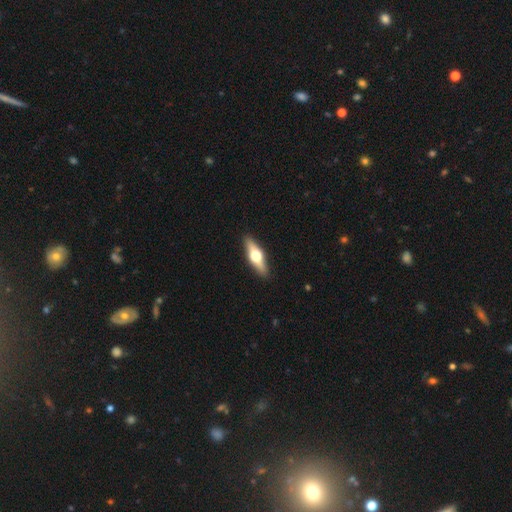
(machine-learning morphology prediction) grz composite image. It shows a featured or disk galaxy (63%) viewed edge-on (95%) with a rounded central bulge (96%). Merging: none (91%).